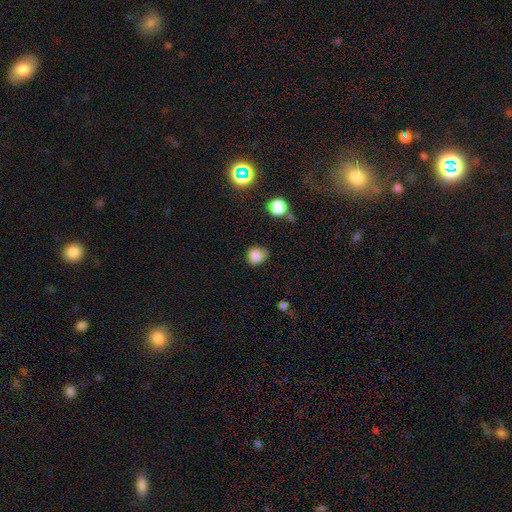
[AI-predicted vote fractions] A smooth galaxy with no disk features (84%) that is round (76%). Merging: none (68%).